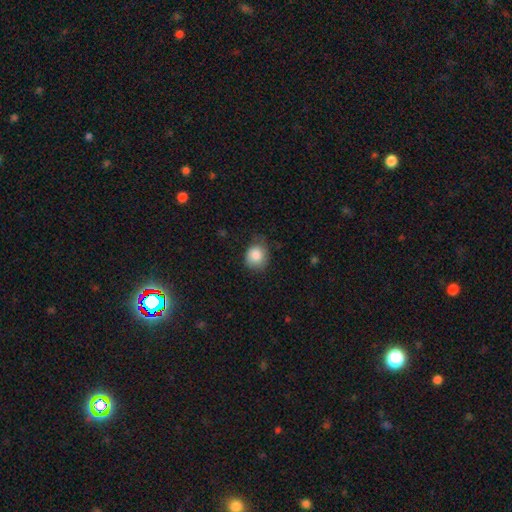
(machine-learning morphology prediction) Smooth or featured: smooth — 84% (star or artifact — 8%)
How rounded: round — 66% (in between — 33%)
Merging: none — 57% (minor disturbance — 32%)